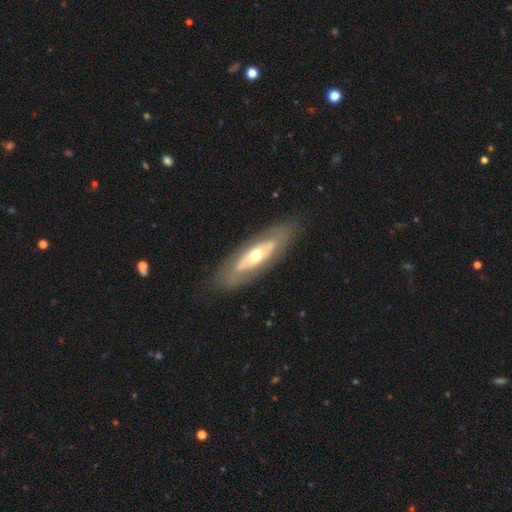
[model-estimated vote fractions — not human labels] Morphology: type=featured or disk (59%); edge-on=no (73%); merging=none (81%).